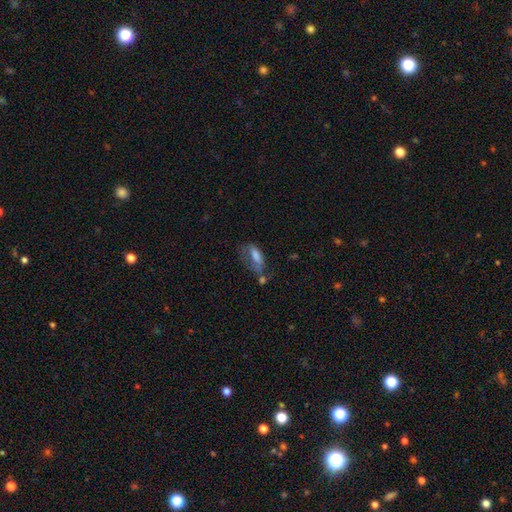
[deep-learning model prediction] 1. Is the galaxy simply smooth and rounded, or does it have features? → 61% smooth, 28% featured or disk, 12% star or artifact.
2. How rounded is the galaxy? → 78% in between, 18% cigar-shaped, 4% round.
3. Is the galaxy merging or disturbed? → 33% major disturbance, 28% none, 23% minor disturbance, 15% merger.